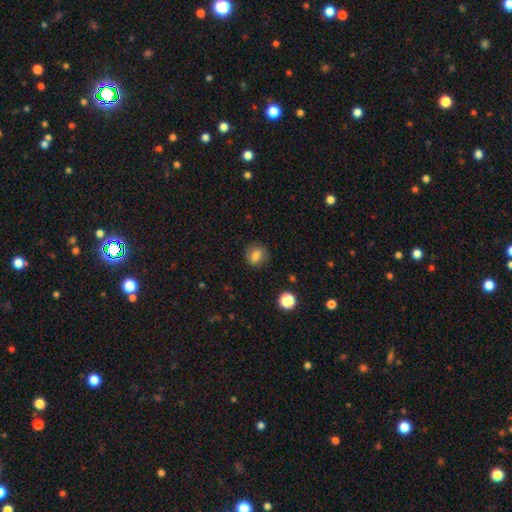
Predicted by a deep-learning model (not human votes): Morphology: type=smooth (75%); roundness=round (69%); merging=none (81%).